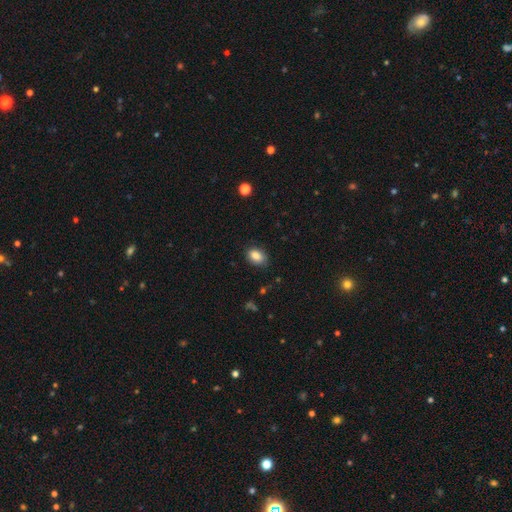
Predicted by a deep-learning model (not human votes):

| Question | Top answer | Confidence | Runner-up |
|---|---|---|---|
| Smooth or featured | smooth | 86% | star or artifact (9%) |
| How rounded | in between | 77% | round (21%) |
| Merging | none | 82% | minor disturbance (14%) |